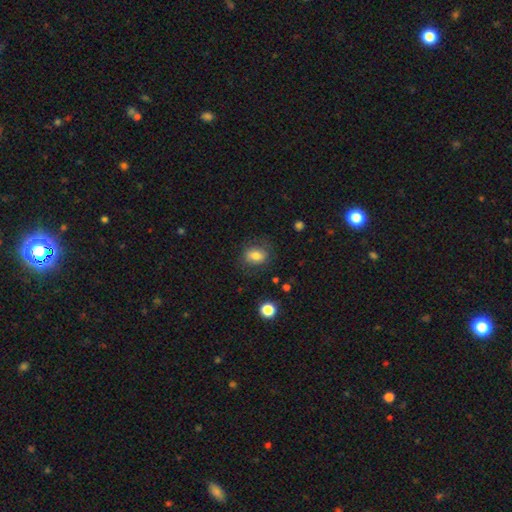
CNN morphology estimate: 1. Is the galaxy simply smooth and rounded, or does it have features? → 77% smooth, 13% featured or disk, 10% star or artifact.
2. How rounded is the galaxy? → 60% in between, 39% round, 1% cigar-shaped.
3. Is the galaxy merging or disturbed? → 77% none, 15% minor disturbance, 6% major disturbance, 1% merger.